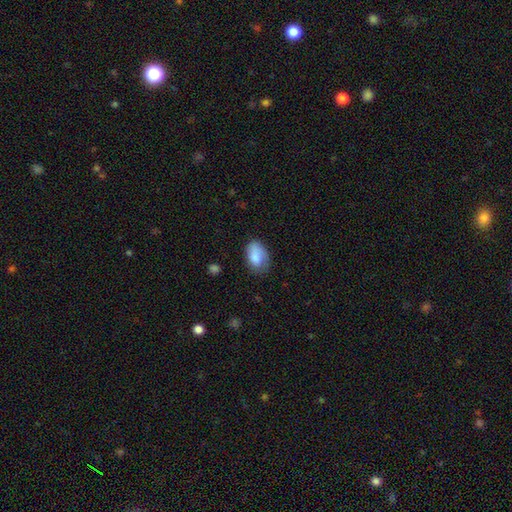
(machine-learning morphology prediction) A smooth galaxy with no disk features (81%) that is in between round and cigar-shaped (88%). Merging: none (62%).